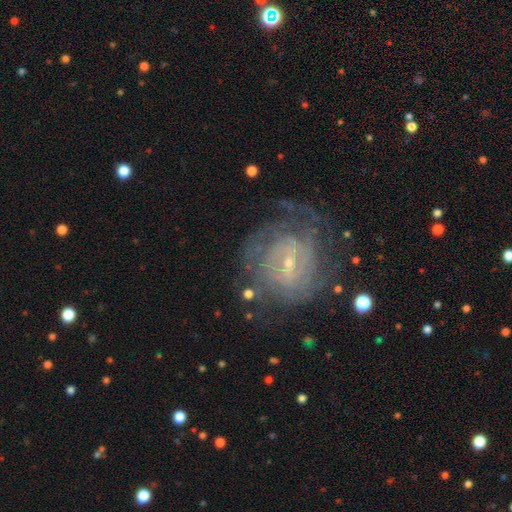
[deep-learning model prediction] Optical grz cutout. It shows a featured or disk galaxy (79%) with a weak bar (53%), tight (64%) spiral arms (87%) and a small central bulge (79%). Merging: none (67%).